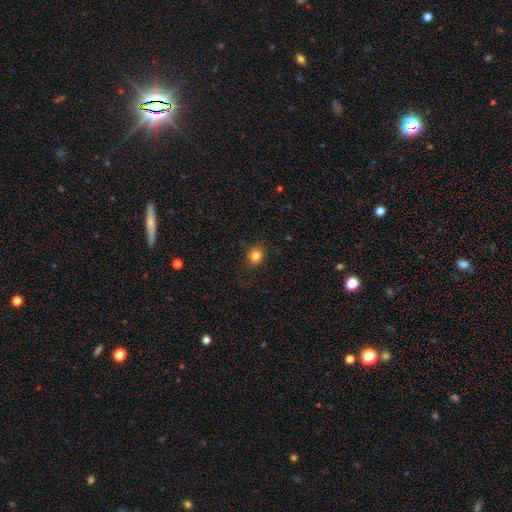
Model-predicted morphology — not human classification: Smooth or featured: smooth — 82% (star or artifact — 12%)
How rounded: round — 73% (in between — 26%)
Merging: none — 84% (minor disturbance — 11%)